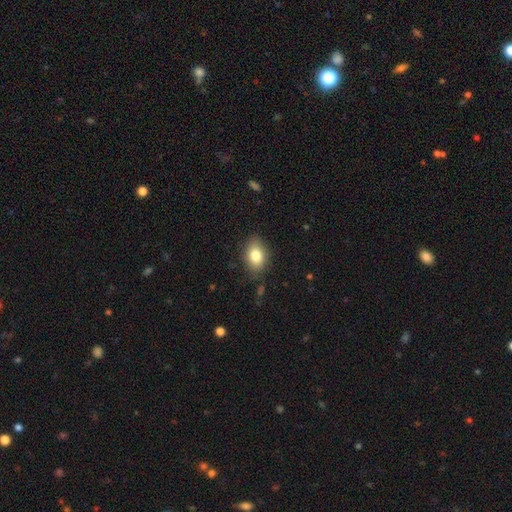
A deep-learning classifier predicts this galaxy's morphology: Q: Smooth or featured?
A: smooth (82%); runner-up: featured or disk (10%)
Q: How rounded?
A: in between (83%); runner-up: round (15%)
Q: Merging?
A: none (82%); runner-up: minor disturbance (13%)